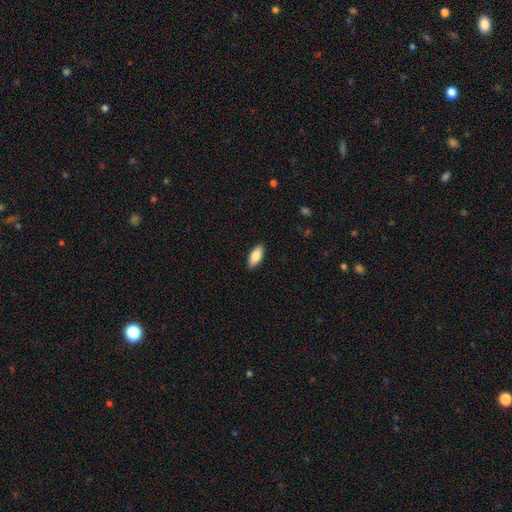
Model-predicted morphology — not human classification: Smooth or featured? smooth (82%)
How rounded? in between (85%)
Merging? none (90%)